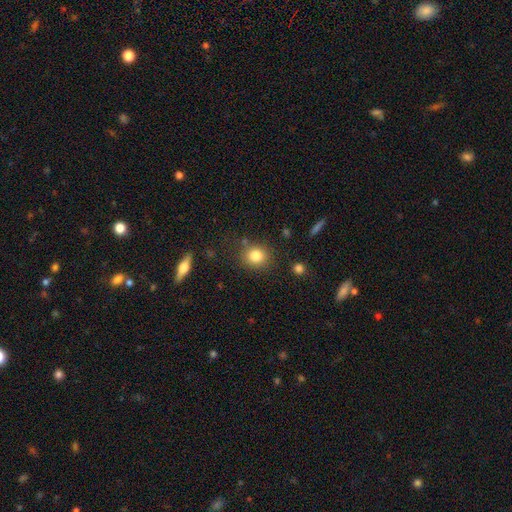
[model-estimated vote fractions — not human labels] Morphology: type=smooth (83%); roundness=round (75%); merging=none (81%).